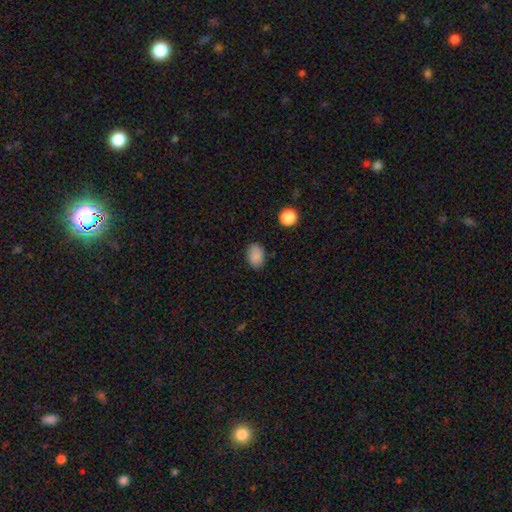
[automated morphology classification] Smooth or featured? Predicted: smooth (p=0.87). How rounded? Predicted: in between (p=0.83). Merging? Predicted: none (p=0.83).